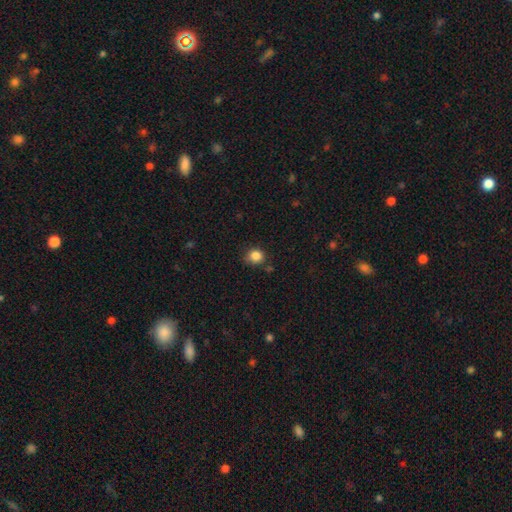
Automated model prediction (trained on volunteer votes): This appears to be a smooth galaxy with no disk features (85%) that is round (84%). Merging: none (75%).